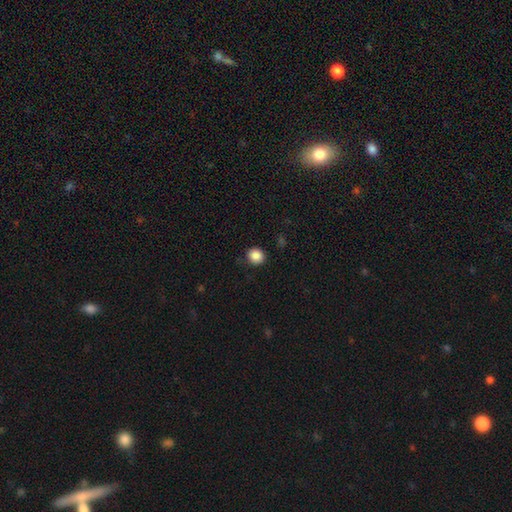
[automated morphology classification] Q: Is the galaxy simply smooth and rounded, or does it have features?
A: smooth — 88%.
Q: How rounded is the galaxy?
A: round — 85%.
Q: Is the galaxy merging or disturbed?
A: none — 89%.